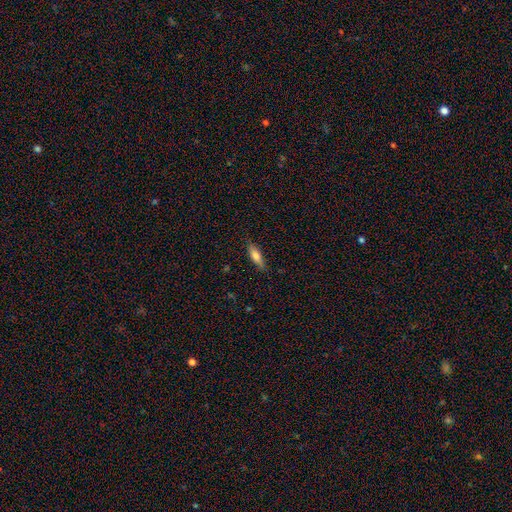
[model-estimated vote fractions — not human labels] Smooth or featured?
  - smooth: 71% *
  - featured or disk: 23%
  - star or artifact: 6%
How rounded?
  - cigar-shaped: 55% *
  - in between: 43%
  - round: 2%
Merging?
  - none: 83% *
  - minor disturbance: 13%
  - major disturbance: 3%
  - merger: 1%